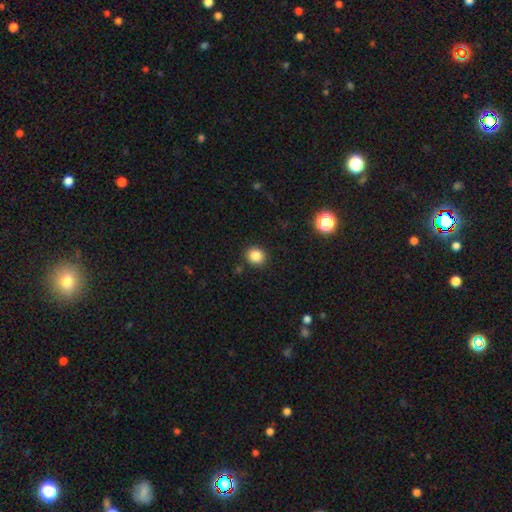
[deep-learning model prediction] A smooth galaxy with no disk features (84%) that is round (84%).

Vote fractions:
- Smooth or featured? smooth: 84% / star or artifact: 11% / featured or disk: 4%
- How rounded? round: 84% / in between: 15% / cigar-shaped: 1%
- Merging? none: 90% / minor disturbance: 6% / major disturbance: 2% / merger: 2%